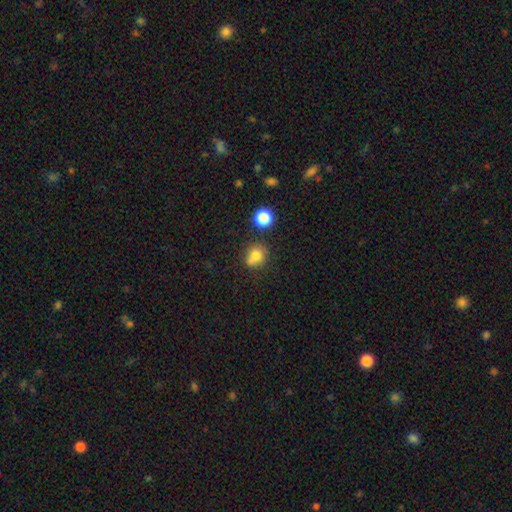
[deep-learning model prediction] A smooth galaxy with no disk features (75%) that is round (78%).

Vote fractions:
- Smooth or featured? smooth: 75% / star or artifact: 13% / featured or disk: 12%
- How rounded? round: 78% / in between: 21% / cigar-shaped: 1%
- Merging? none: 55% / merger: 26% / minor disturbance: 14% / major disturbance: 5%